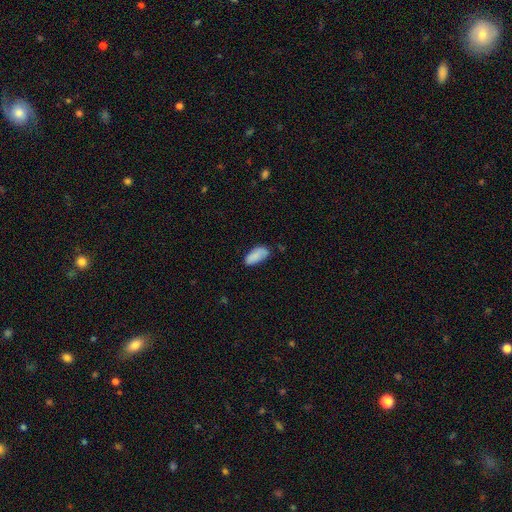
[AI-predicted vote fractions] Smooth or featured? smooth (85%)
How rounded? in between (90%)
Merging? none (66%)